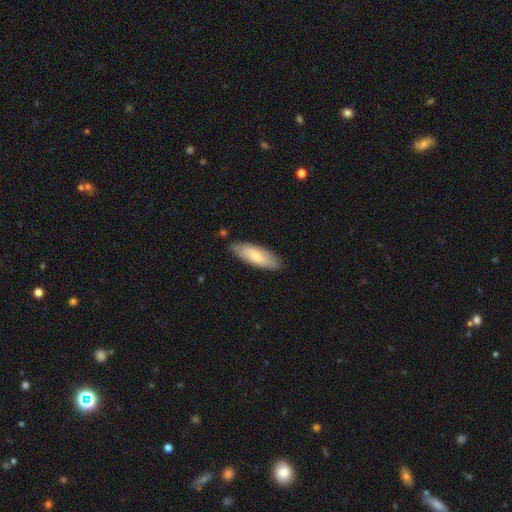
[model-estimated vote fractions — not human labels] Smooth or featured? smooth (71%)
How rounded? in between (62%)
Merging? none (82%)